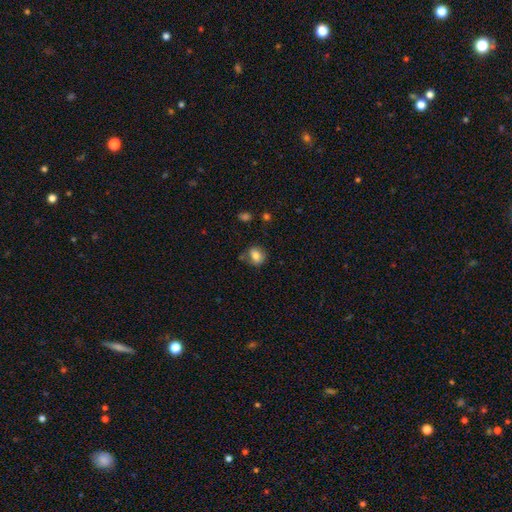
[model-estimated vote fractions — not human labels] smooth_or_featured: smooth (p=0.79) [alt: featured or disk p=0.11]
how_rounded: round (p=0.59) [alt: in between p=0.40]
merging: none (p=0.72) [alt: minor disturbance p=0.17]